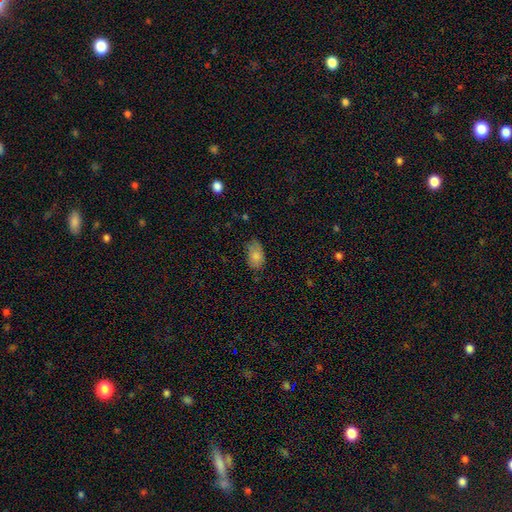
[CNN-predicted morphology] smooth-or-featured: smooth: 84% | star or artifact: 8% | featured or disk: 8%
  how-rounded: in between: 90% | round: 8% | cigar-shaped: 2%
  merging: none: 67% | minor disturbance: 26% | major disturbance: 6% | merger: 2%